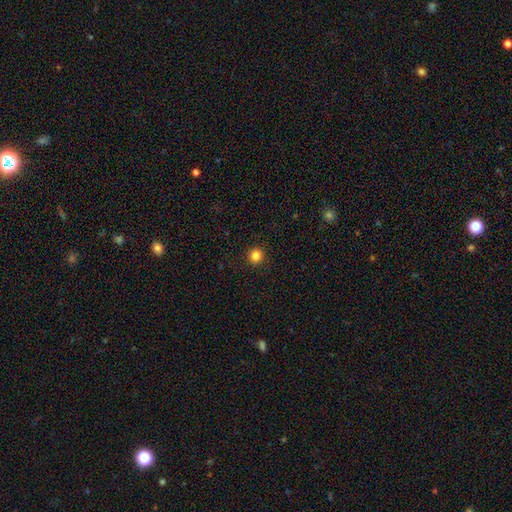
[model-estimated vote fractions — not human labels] Smooth or featured?
  - smooth: 84% *
  - star or artifact: 12%
  - featured or disk: 4%
How rounded?
  - round: 95% *
  - in between: 4%
  - cigar-shaped: 1%
Merging?
  - none: 93% *
  - minor disturbance: 4%
  - major disturbance: 2%
  - merger: 1%